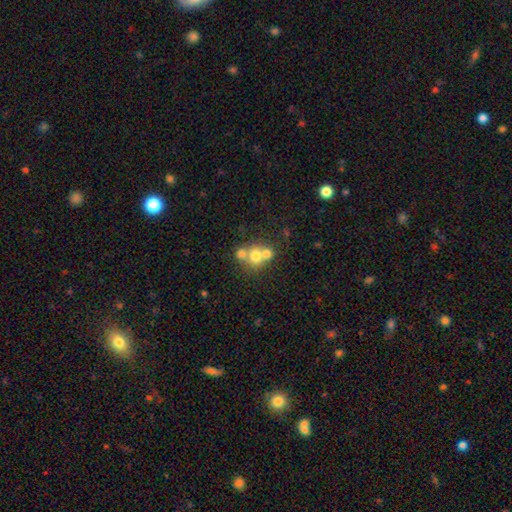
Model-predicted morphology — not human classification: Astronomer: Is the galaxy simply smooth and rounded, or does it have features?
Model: smooth — 66%.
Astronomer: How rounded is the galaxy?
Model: round — 80%.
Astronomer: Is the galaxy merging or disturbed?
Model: merger — 57% (runner-up: none, 34%).